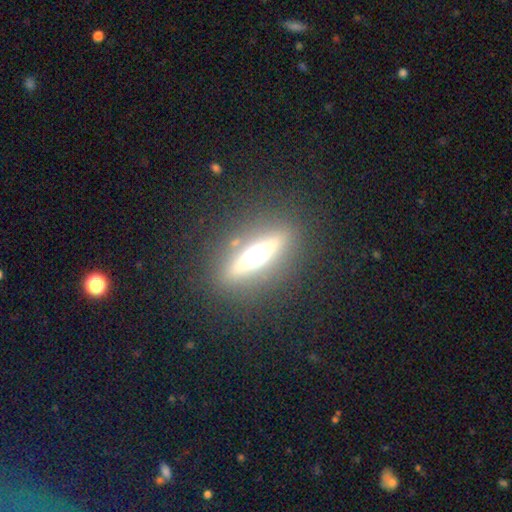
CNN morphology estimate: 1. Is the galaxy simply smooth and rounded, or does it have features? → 63% featured or disk, 24% smooth, 13% star or artifact.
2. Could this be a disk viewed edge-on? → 88% yes, 12% no.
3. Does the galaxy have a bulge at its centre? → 93% rounded, 5% boxy, 2% none.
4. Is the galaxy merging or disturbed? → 86% none, 8% minor disturbance, 4% major disturbance, 2% merger.